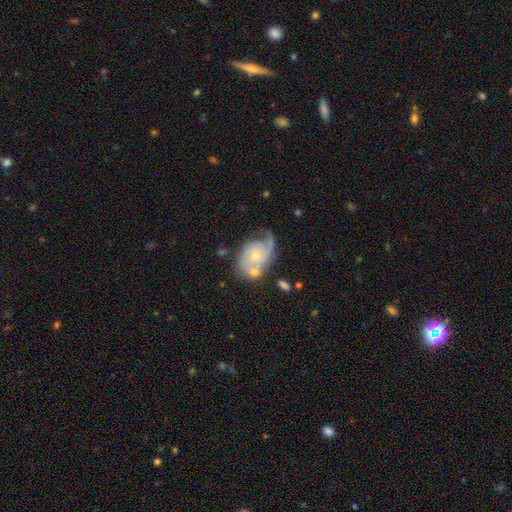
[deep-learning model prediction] Morphology: type=featured or disk (72%); edge-on=no (97%); bar=no (76%); spiral arms=yes (89%); winding=medium (40%); arm count=2 (47%); bulge=small (64%); merging=none (38%).